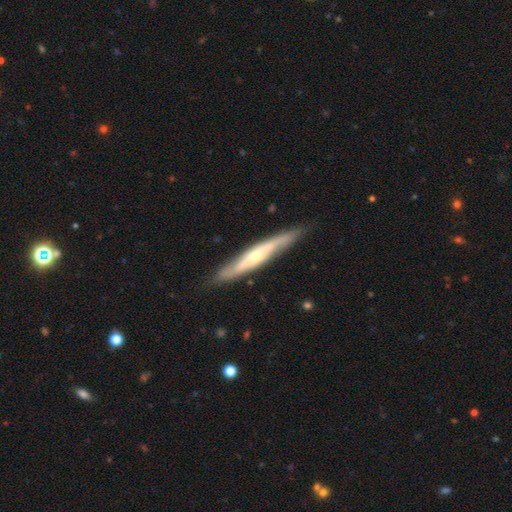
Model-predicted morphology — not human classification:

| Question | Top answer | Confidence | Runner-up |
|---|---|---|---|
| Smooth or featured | featured or disk | 62% | smooth (33%) |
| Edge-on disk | yes | 81% | no (19%) |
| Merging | none | 83% | minor disturbance (13%) |